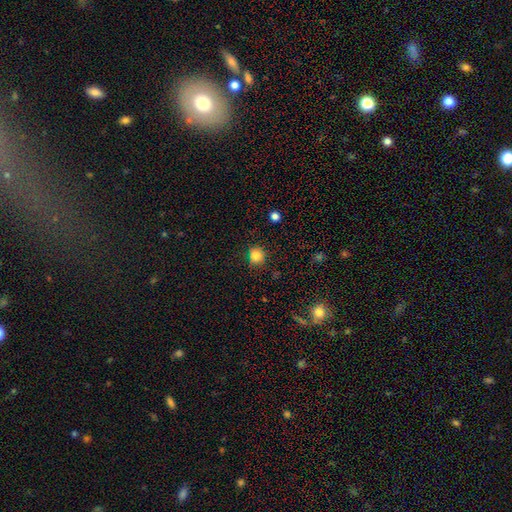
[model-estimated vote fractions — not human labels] Smooth or featured? Predicted: smooth (p=0.83). How rounded? Predicted: round (p=0.90). Merging? Predicted: none (p=0.85).